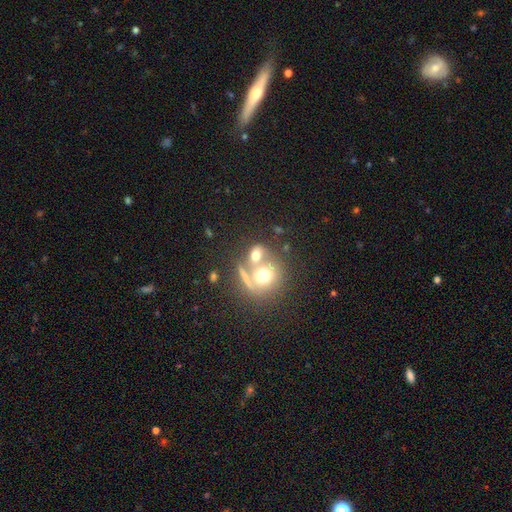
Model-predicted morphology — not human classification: This appears to be a smooth galaxy with no disk features (62%) that is round (63%). Merging: merger (45%).